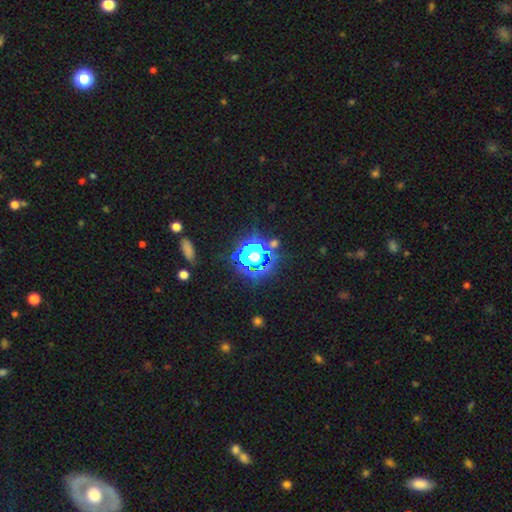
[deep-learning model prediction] Smooth or featured: star or artifact — 78% (smooth — 15%)